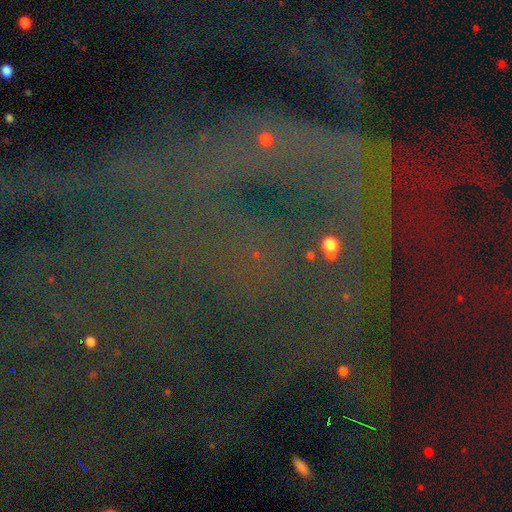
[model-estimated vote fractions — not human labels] The model was most divided on "smooth or featured": star or artifact: 82%, featured or disk: 10%, smooth: 8%.